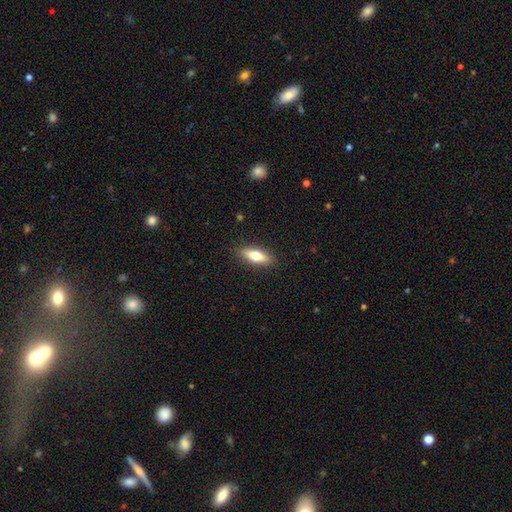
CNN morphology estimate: Q: Smooth or featured?
A: smooth (66%); runner-up: featured or disk (28%)
Q: How rounded?
A: in between (57%); runner-up: cigar-shaped (40%)
Q: Merging?
A: none (89%); runner-up: minor disturbance (8%)